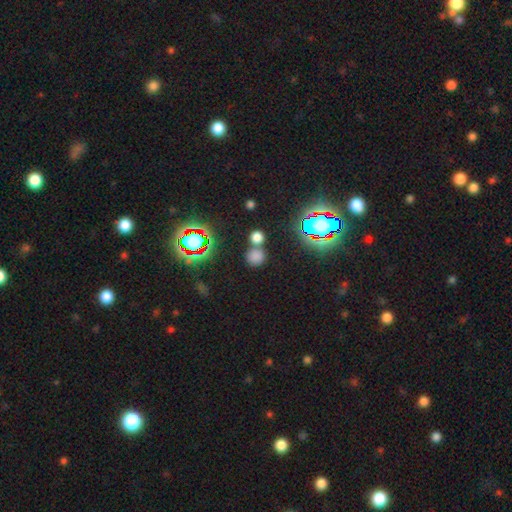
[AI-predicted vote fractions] This is likely a smooth galaxy (65%). How rounded: clearly round (90%). Merging: likely none (67%).